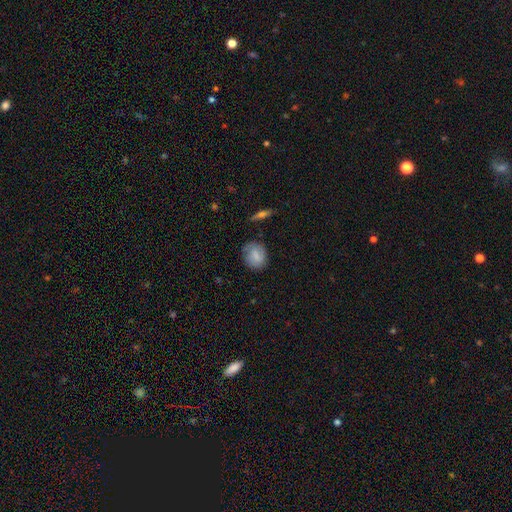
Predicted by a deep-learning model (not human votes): Smooth or featured? Predicted: smooth (p=0.72). How rounded? Predicted: round (p=0.65). Merging? Predicted: none (p=0.72).